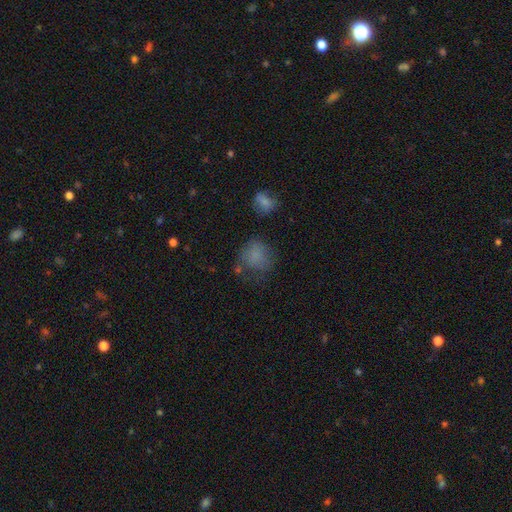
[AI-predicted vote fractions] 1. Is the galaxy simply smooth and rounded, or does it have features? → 75% smooth, 13% star or artifact, 11% featured or disk.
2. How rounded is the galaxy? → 75% round, 24% in between, 1% cigar-shaped.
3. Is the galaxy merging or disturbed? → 54% none, 24% minor disturbance, 15% major disturbance, 6% merger.